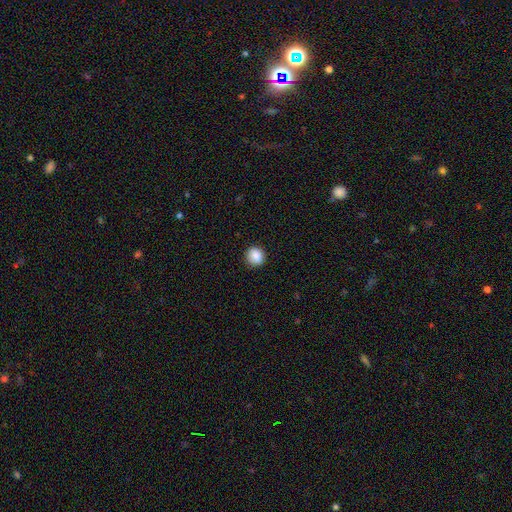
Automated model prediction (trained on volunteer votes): Smooth or featured?
  - smooth: 88% *
  - star or artifact: 8%
  - featured or disk: 3%
How rounded?
  - round: 89% *
  - in between: 10%
  - cigar-shaped: 1%
Merging?
  - none: 89% *
  - minor disturbance: 8%
  - major disturbance: 2%
  - merger: 1%